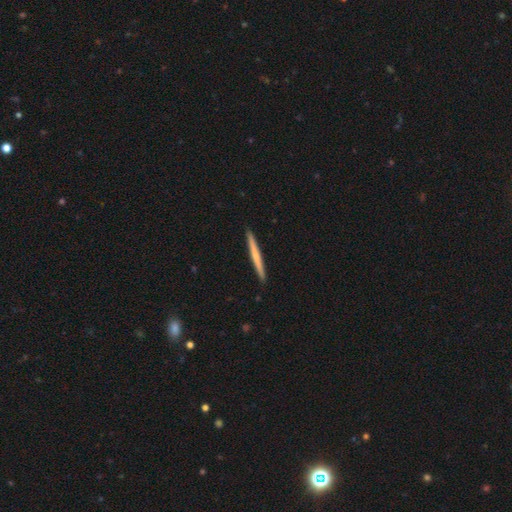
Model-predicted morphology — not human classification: This is possibly a smooth galaxy (51%). How rounded: clearly cigar-shaped (97%). Merging: clearly none (93%).